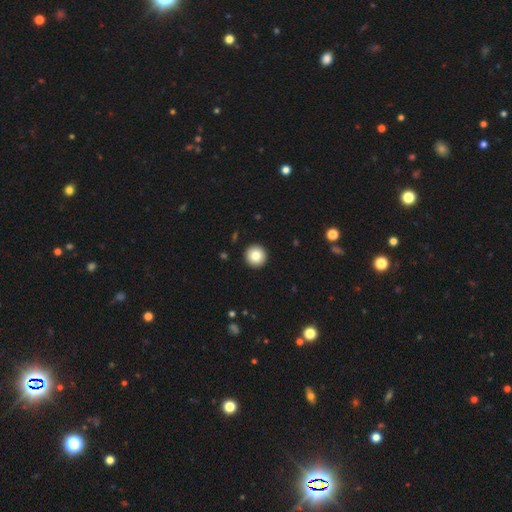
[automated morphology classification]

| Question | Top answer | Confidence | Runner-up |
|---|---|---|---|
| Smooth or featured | smooth | 83% | featured or disk (9%) |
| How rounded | round | 96% | in between (3%) |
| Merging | none | 94% | minor disturbance (4%) |